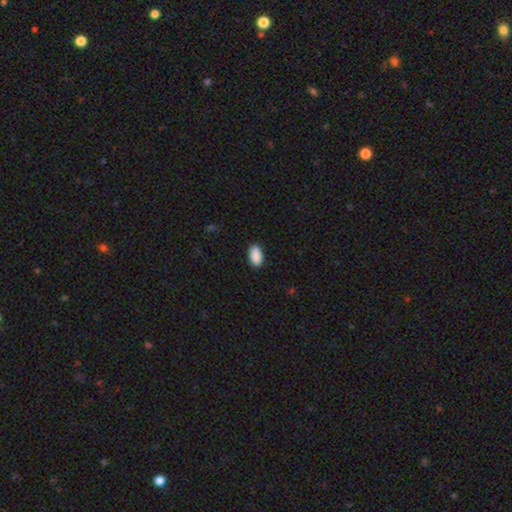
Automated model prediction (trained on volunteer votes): A smooth galaxy with no disk features (91%) that is in between round and cigar-shaped (95%). Merging: none (89%).